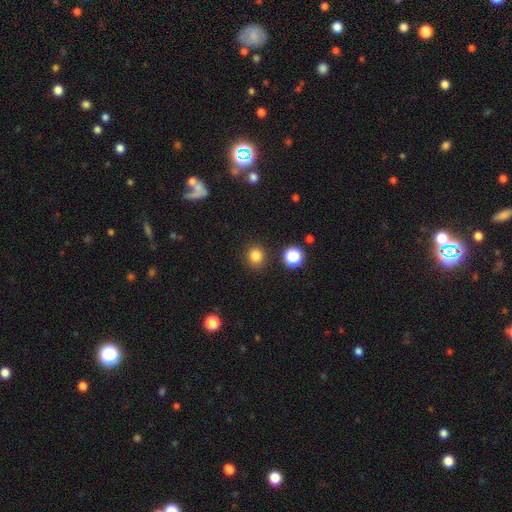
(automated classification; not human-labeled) Smooth or featured: smooth — 82% (star or artifact — 14%)
How rounded: round — 87% (in between — 12%)
Merging: none — 89% (minor disturbance — 7%)